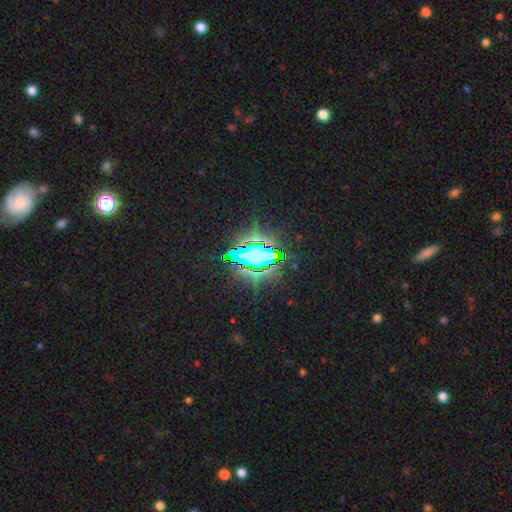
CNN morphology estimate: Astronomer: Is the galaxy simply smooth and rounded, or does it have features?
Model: star or artifact — 68%.